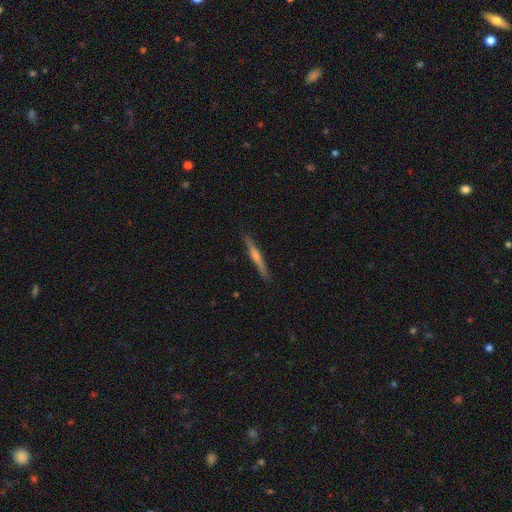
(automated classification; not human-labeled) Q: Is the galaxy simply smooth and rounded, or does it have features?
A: featured or disk — 62%.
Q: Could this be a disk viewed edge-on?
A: yes — 98%.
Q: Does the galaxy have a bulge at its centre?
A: rounded — 63%.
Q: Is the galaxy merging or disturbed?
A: none — 91%.